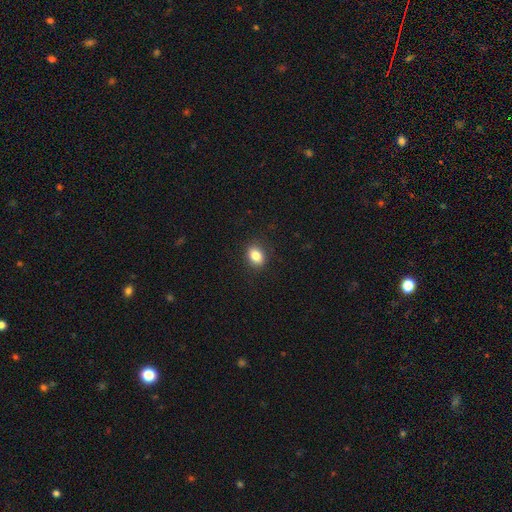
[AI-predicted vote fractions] Q: Smooth or featured?
A: smooth (84%); runner-up: star or artifact (10%)
Q: How rounded?
A: in between (64%); runner-up: round (35%)
Q: Merging?
A: none (88%); runner-up: minor disturbance (9%)